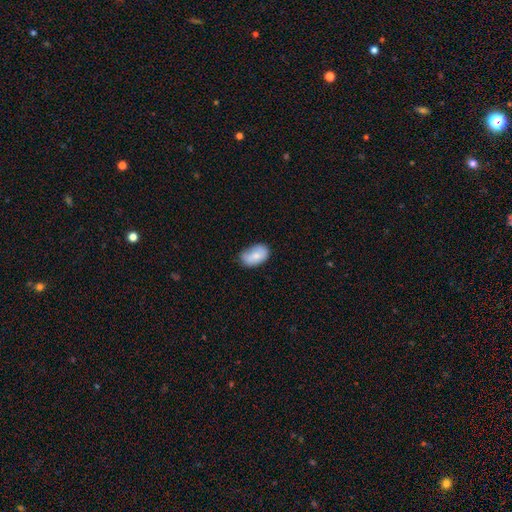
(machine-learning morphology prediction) smooth_or_featured: smooth (p=0.78) [alt: featured or disk p=0.15]
how_rounded: in between (p=0.91) [alt: round p=0.08]
merging: none (p=0.56) [alt: minor disturbance p=0.34]